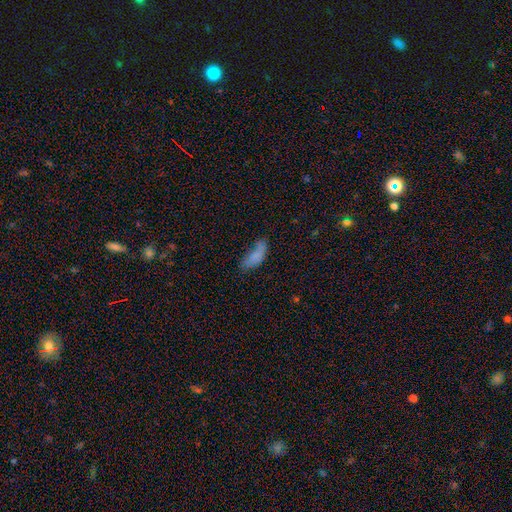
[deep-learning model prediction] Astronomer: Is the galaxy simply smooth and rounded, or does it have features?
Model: smooth — 73%.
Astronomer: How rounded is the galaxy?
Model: in between — 81%.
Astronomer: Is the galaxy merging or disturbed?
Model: none — 38% (runner-up: minor disturbance, 31%).